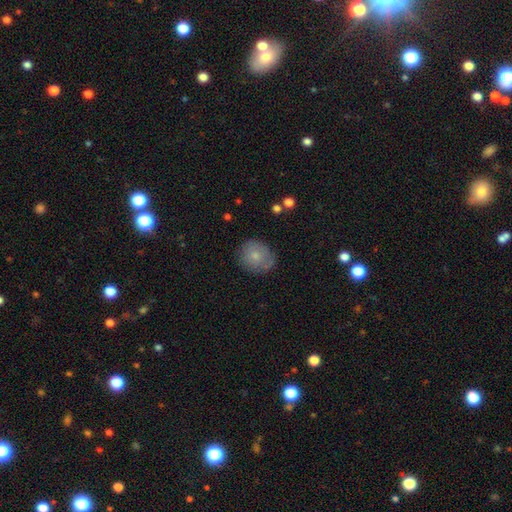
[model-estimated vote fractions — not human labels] A smooth galaxy with no disk features (73%) that is round (78%). Merging: none (72%).